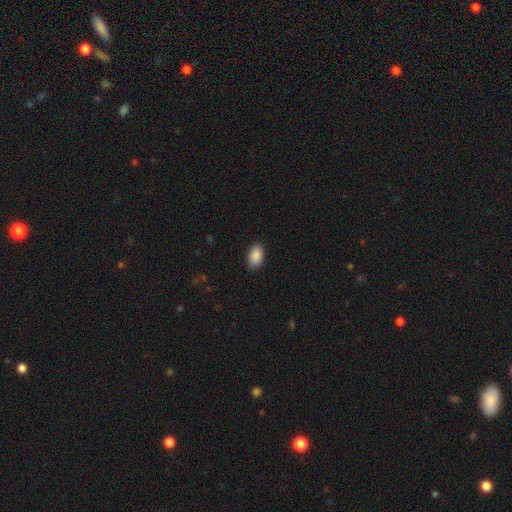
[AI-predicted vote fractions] Smooth or featured?
  - smooth: 90% *
  - star or artifact: 7%
  - featured or disk: 3%
How rounded?
  - in between: 93% *
  - round: 5%
  - cigar-shaped: 1%
Merging?
  - none: 89% *
  - minor disturbance: 8%
  - major disturbance: 2%
  - merger: 1%